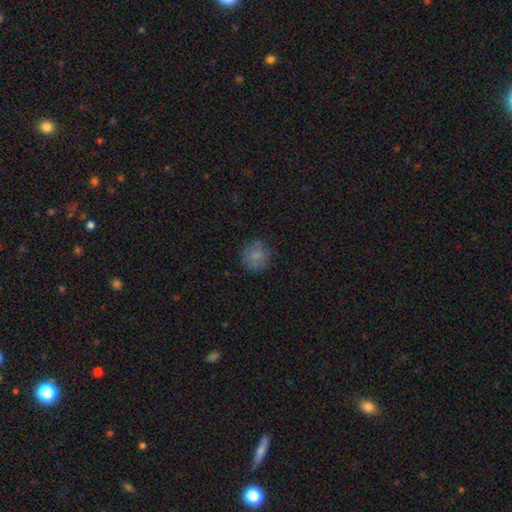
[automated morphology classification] The model was most divided on "merging": none: 78%, minor disturbance: 15%, major disturbance: 5%, merger: 2%. More confident: how rounded — round (89%); smooth or featured — smooth (78%).